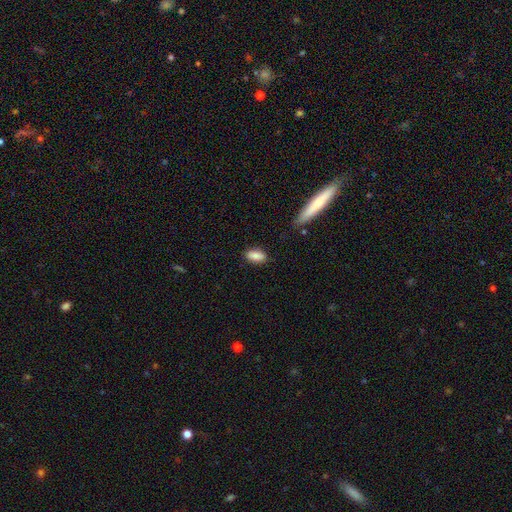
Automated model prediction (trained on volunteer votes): Smooth or featured? Predicted: smooth (p=0.84). How rounded? Predicted: in between (p=0.89). Merging? Predicted: none (p=0.84).